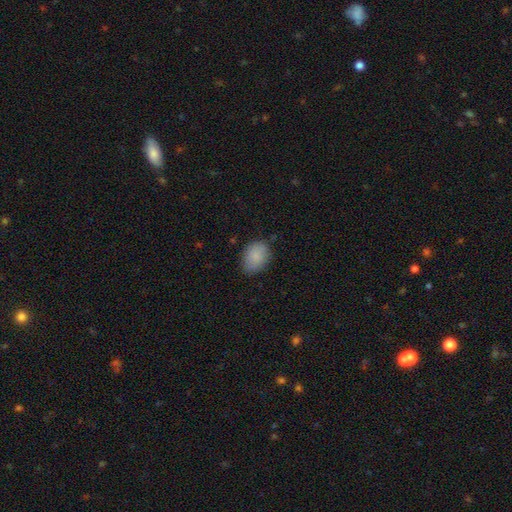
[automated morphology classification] smooth 86%, star or artifact 7%, featured or disk 7%. Down the decision tree: how rounded — in between (77%); merging — none (77%).